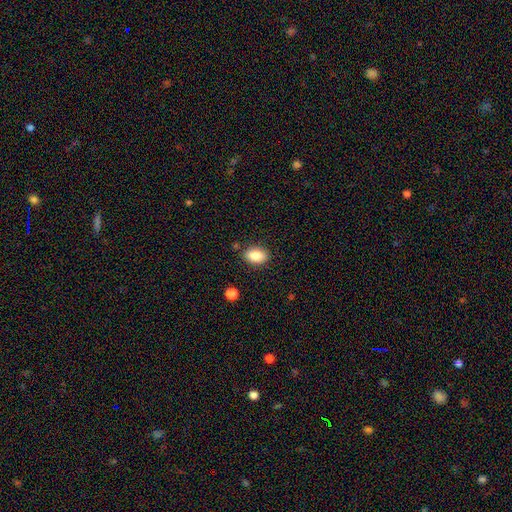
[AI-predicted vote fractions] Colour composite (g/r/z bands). It shows a smooth galaxy with no disk features (86%) that is in between round and cigar-shaped (86%). Merging: none (84%).